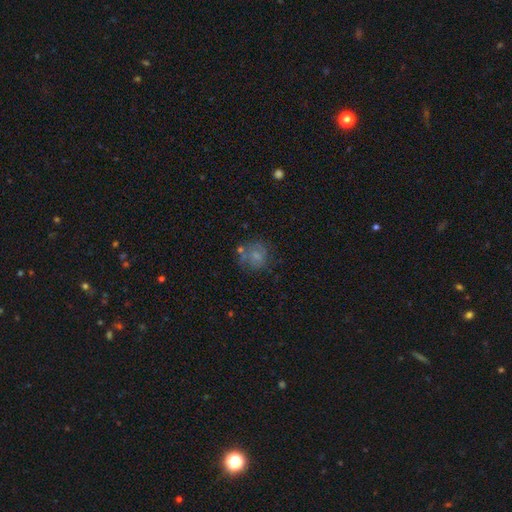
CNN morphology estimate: A smooth galaxy with no disk features (60%) that is round (83%).

Vote fractions:
- Smooth or featured? smooth: 60% / featured or disk: 28% / star or artifact: 12%
- How rounded? round: 83% / in between: 16% / cigar-shaped: 1%
- Merging? none: 57% / minor disturbance: 21% / major disturbance: 12% / merger: 11%